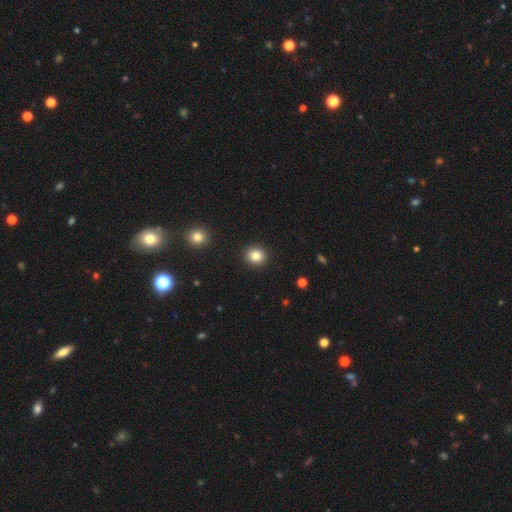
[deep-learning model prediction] smooth-or-featured: smooth: 83% | star or artifact: 10% | featured or disk: 6%
  how-rounded: round: 87% | in between: 12% | cigar-shaped: 1%
  merging: none: 92% | minor disturbance: 5% | major disturbance: 2% | merger: 1%